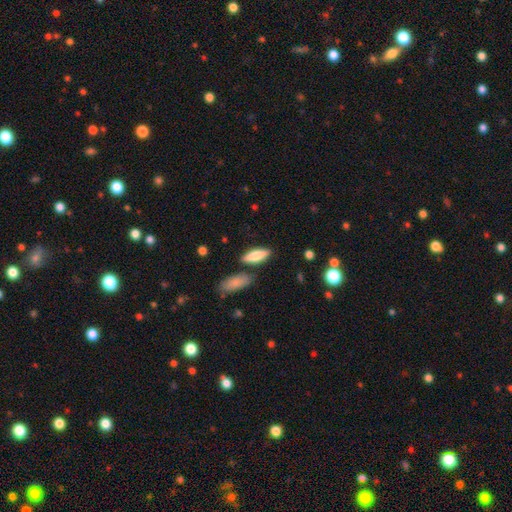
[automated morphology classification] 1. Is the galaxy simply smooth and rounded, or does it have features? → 77% smooth, 17% featured or disk, 6% star or artifact.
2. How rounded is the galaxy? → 62% in between, 36% cigar-shaped, 2% round.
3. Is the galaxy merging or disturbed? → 78% none, 12% minor disturbance, 7% merger, 3% major disturbance.